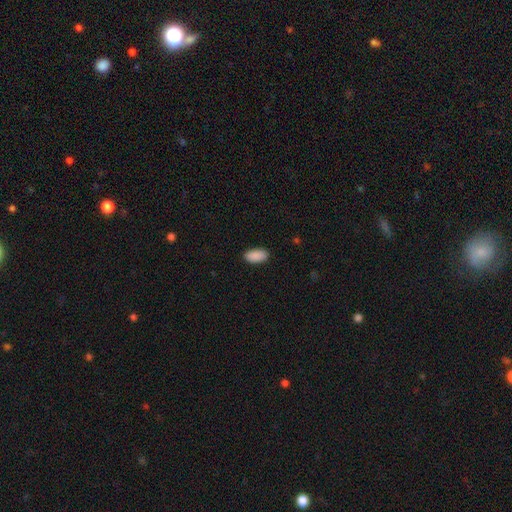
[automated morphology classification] smooth 91%, star or artifact 7%, featured or disk 3%. Down the decision tree: how rounded — in between (94%); merging — none (88%).